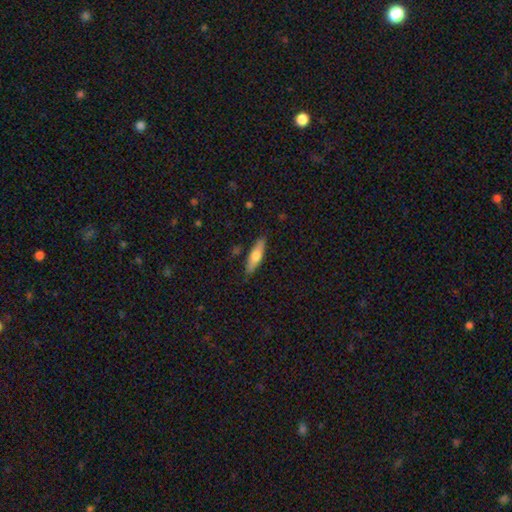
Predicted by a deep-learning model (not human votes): Morphology: type=smooth (60%); roundness=cigar-shaped (67%); merging=none (86%).